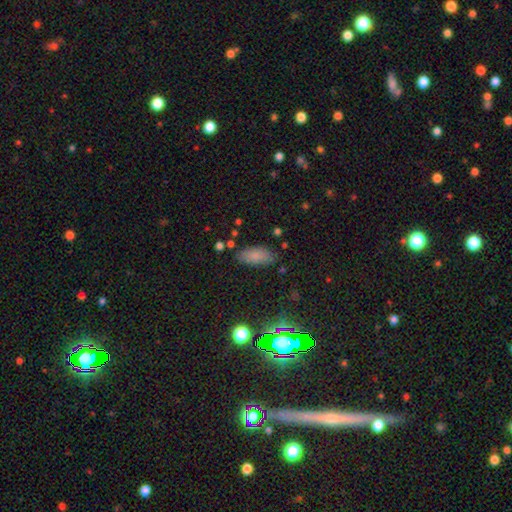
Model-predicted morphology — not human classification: A smooth galaxy with no disk features (78%) that is in between round and cigar-shaped (86%).

Vote fractions:
- Smooth or featured? smooth: 78% / star or artifact: 13% / featured or disk: 9%
- How rounded? in between: 86% / cigar-shaped: 11% / round: 3%
- Merging? none: 81% / minor disturbance: 13% / major disturbance: 3% / merger: 3%